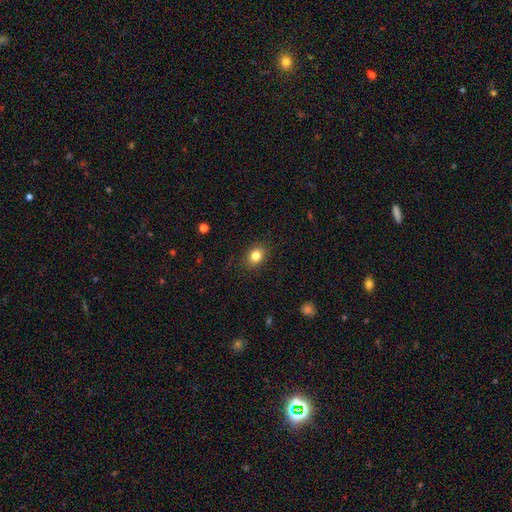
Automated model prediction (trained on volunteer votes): smooth-or-featured: smooth: 83% | star or artifact: 10% | featured or disk: 7%
  how-rounded: in between: 57% | round: 42% | cigar-shaped: 1%
  merging: none: 87% | minor disturbance: 10% | major disturbance: 3% | merger: 1%